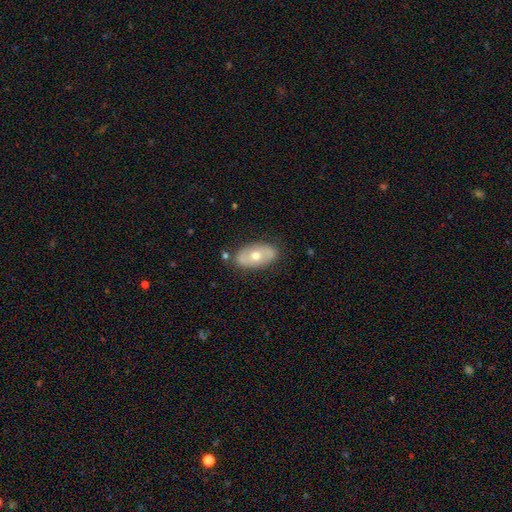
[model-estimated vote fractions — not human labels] Smooth or featured? smooth (50%)
Merging? none (80%)